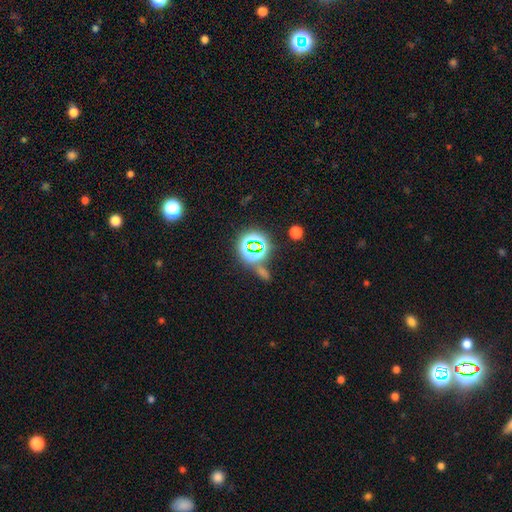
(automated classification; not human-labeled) Smooth or featured? star or artifact (74%)